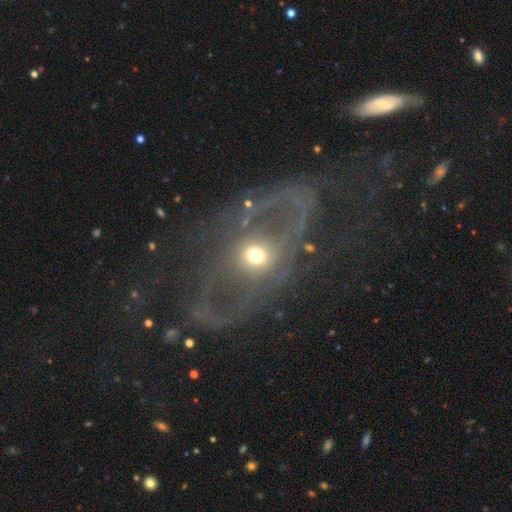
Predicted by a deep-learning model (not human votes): This appears to be a featured or disk galaxy (58%) with no bar (72%), spiral arms (57%) and a moderate central bulge (53%). Merging: major disturbance (40%).